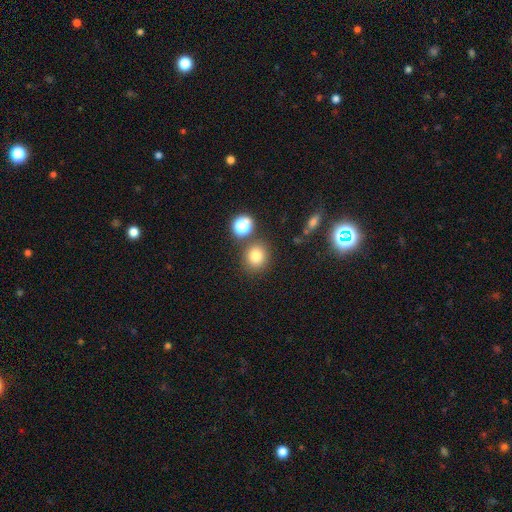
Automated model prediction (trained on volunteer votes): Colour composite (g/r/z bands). It shows a smooth galaxy with no disk features (78%) that is round (83%). Merging: none (78%).